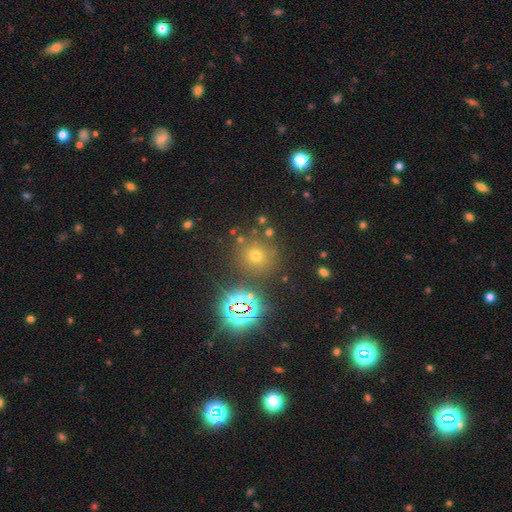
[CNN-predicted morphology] A smooth galaxy with no disk features (55%) that is round (89%). Merging: none (80%).